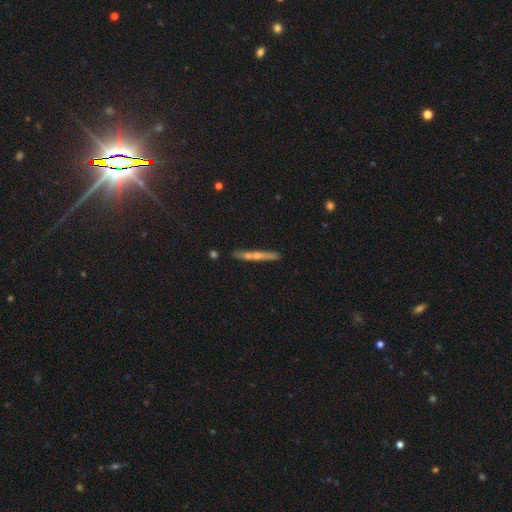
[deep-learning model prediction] smooth-or-featured: featured or disk: 48% | smooth: 44% | star or artifact: 8%
  merging: none: 79% | minor disturbance: 12% | merger: 6% | major disturbance: 3%